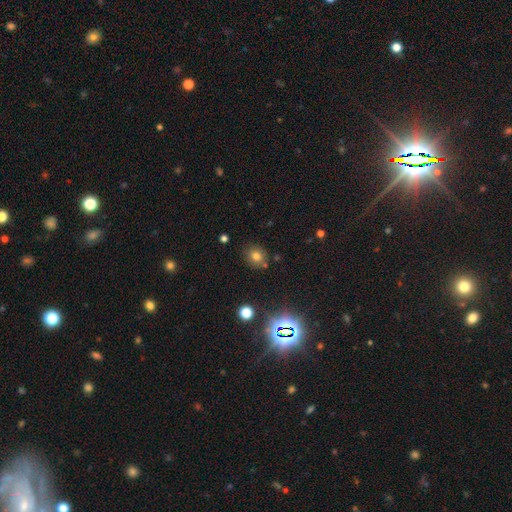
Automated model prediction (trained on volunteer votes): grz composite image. It shows a smooth galaxy with no disk features (74%) that is round (72%). Merging: none (79%).